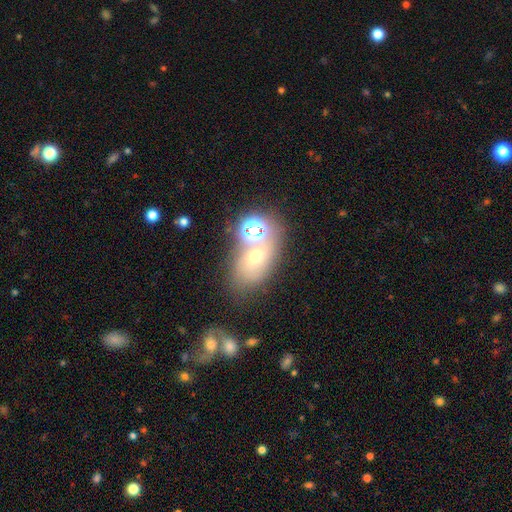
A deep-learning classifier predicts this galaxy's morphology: Q: Smooth or featured?
A: smooth (50%); runner-up: featured or disk (28%)
Q: Merging?
A: none (44%); runner-up: merger (33%)